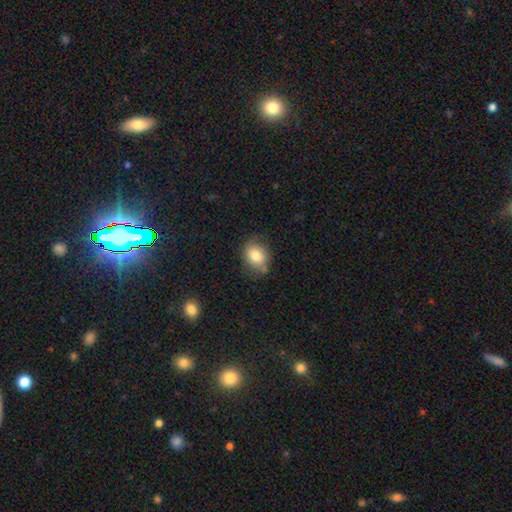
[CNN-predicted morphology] A smooth galaxy with no disk features (79%) that is round (51%). Merging: none (66%).